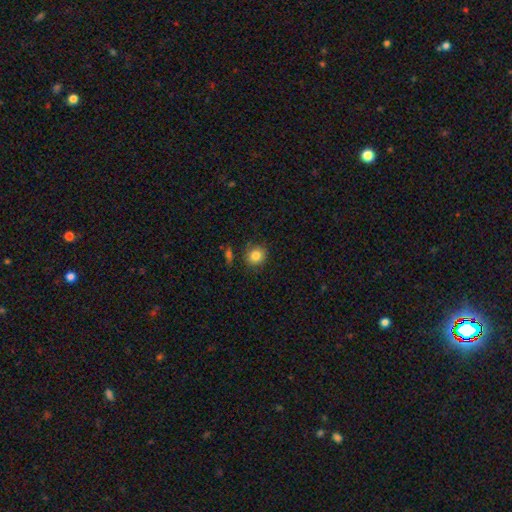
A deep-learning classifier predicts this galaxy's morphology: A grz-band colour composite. It shows a smooth galaxy with no disk features (84%) that is round (80%). Merging: none (80%).